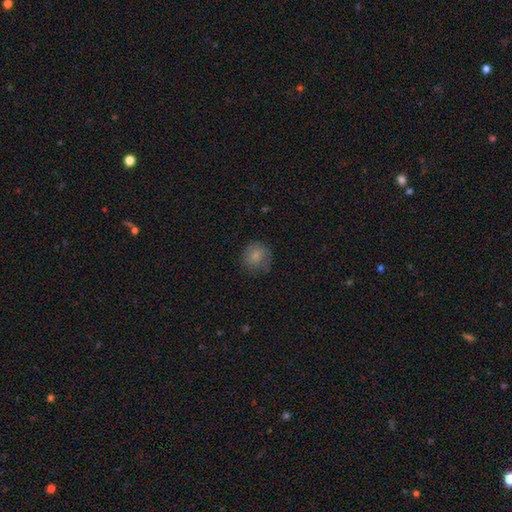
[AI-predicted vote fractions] Smooth or featured? Predicted: smooth (p=0.81). How rounded? Predicted: round (p=0.86). Merging? Predicted: none (p=0.72).